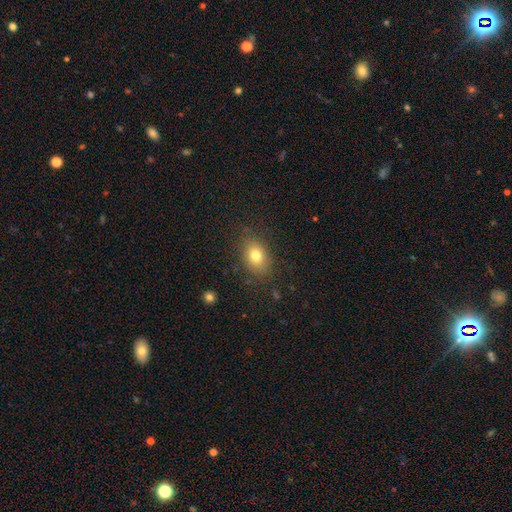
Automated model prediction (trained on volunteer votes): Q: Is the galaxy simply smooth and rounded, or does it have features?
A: smooth — 78%.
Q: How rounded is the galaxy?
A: in between — 72%.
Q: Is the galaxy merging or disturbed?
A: none — 83%.